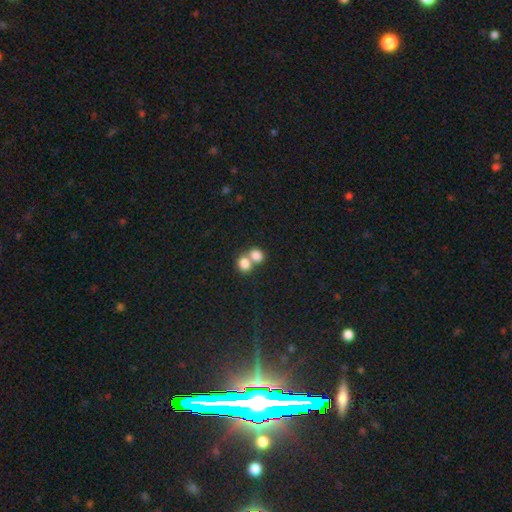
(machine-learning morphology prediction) Q: Smooth or featured?
A: smooth (81%); runner-up: star or artifact (10%)
Q: How rounded?
A: round (57%); runner-up: in between (42%)
Q: Merging?
A: merger (63%); runner-up: none (29%)